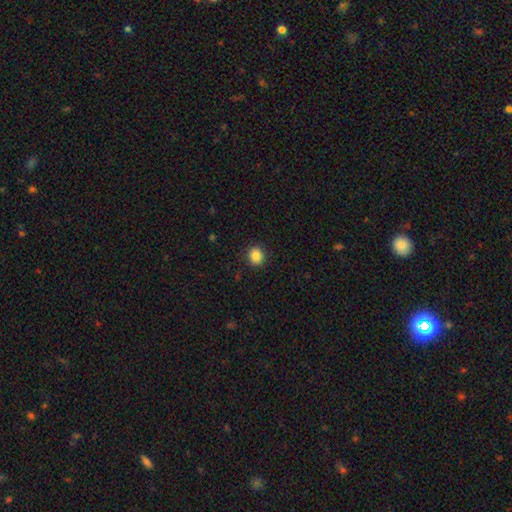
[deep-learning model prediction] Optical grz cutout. It shows a smooth galaxy with no disk features (86%) that is round (82%). Merging: none (90%).